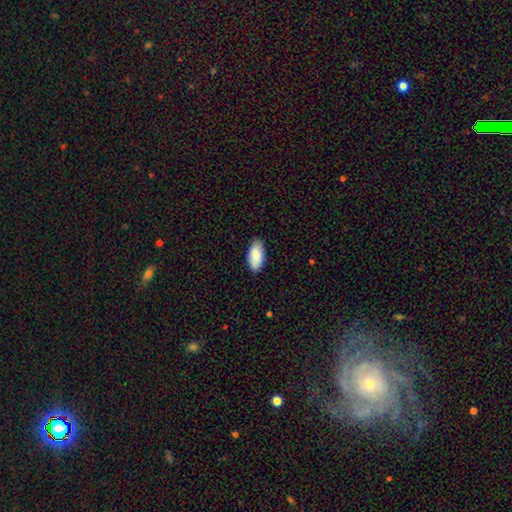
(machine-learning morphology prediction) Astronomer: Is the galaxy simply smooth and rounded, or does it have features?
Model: smooth — 88%.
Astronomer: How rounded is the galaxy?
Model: in between — 94%.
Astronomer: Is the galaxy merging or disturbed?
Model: none — 85%.